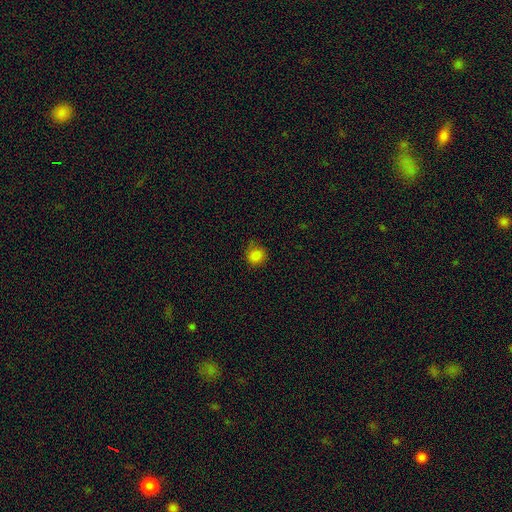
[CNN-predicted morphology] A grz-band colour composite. It shows a smooth galaxy with no disk features (83%) that is round (83%). Merging: none (72%).